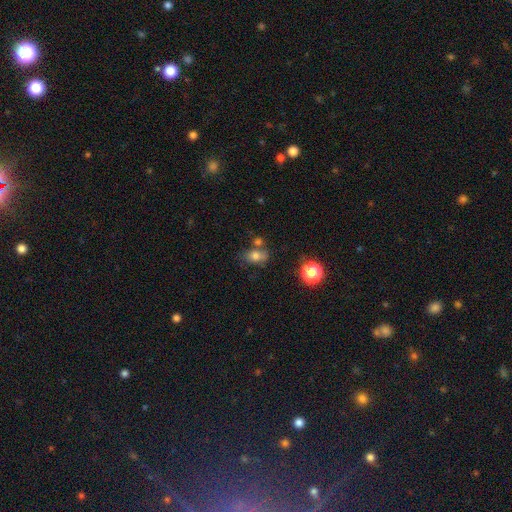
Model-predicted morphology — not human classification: This is likely a smooth galaxy (73%). How rounded: likely in between (70%). Merging: possibly none (54%).